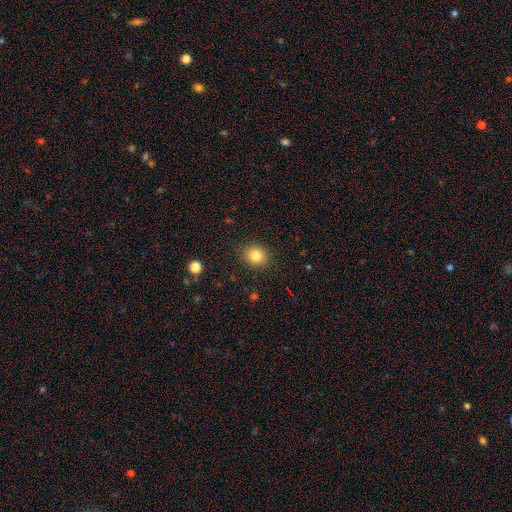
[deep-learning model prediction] The model was most divided on "how rounded": round: 77%, in between: 22%, cigar-shaped: 1%. More confident: merging — none (88%); smooth or featured — smooth (82%).